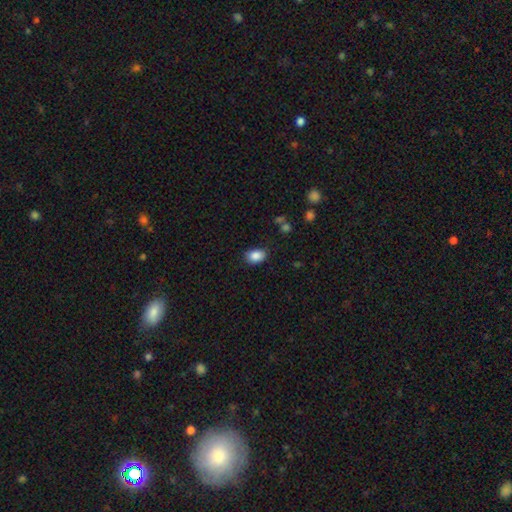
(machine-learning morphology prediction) A smooth galaxy with no disk features (87%) that is in between round and cigar-shaped (78%).

Vote fractions:
- Smooth or featured? smooth: 87% / star or artifact: 8% / featured or disk: 4%
- How rounded? in between: 78% / round: 21% / cigar-shaped: 1%
- Merging? none: 82% / minor disturbance: 14% / major disturbance: 3% / merger: 2%